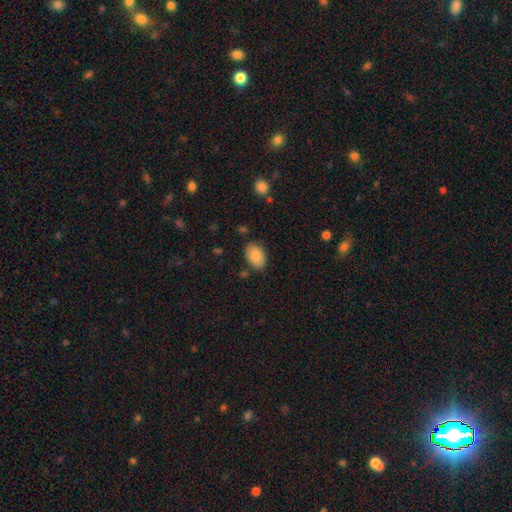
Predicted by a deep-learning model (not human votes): smooth-or-featured: smooth: 87% | star or artifact: 7% | featured or disk: 6%
  how-rounded: in between: 88% | round: 10% | cigar-shaped: 1%
  merging: none: 77% | minor disturbance: 17% | major disturbance: 4% | merger: 3%